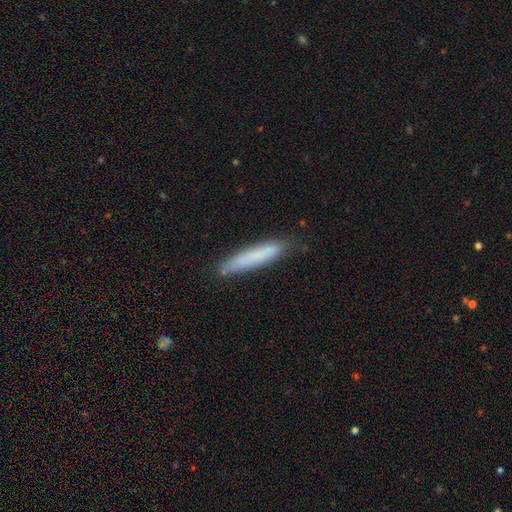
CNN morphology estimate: Smooth or featured? smooth (76%)
How rounded? cigar-shaped (92%)
Merging? none (81%)